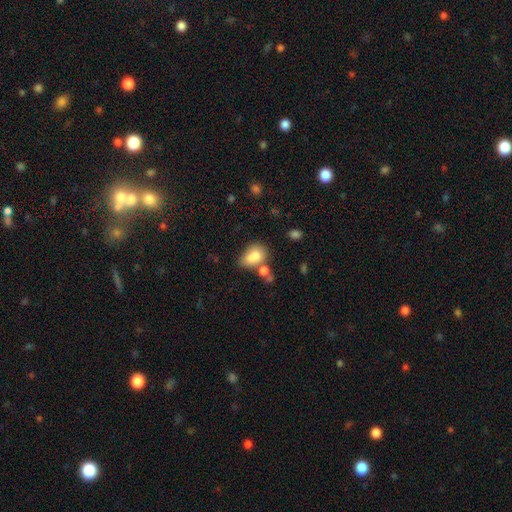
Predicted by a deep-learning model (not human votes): The model was most divided on "merging": merger: 36%, none: 34%, minor disturbance: 20%, major disturbance: 10%. More confident: smooth or featured — smooth (77%); how rounded — in between (77%).